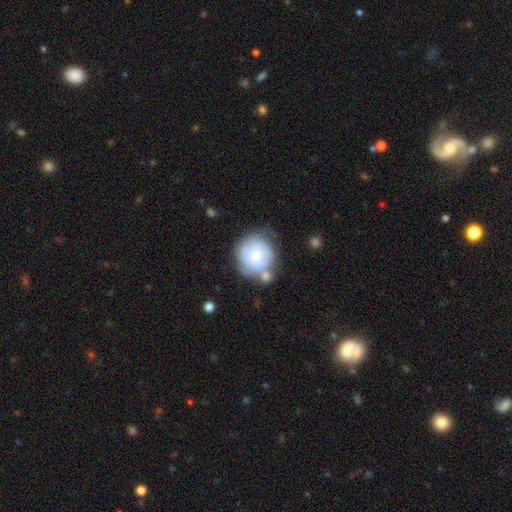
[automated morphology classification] Smooth or featured: smooth — 49% (featured or disk — 44%)
Merging: none — 51% (minor disturbance — 22%)